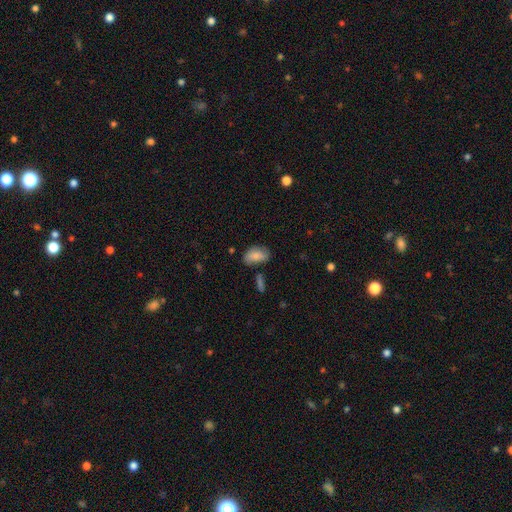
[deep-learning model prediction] Smooth or featured? smooth (82%)
How rounded? in between (91%)
Merging? none (72%)